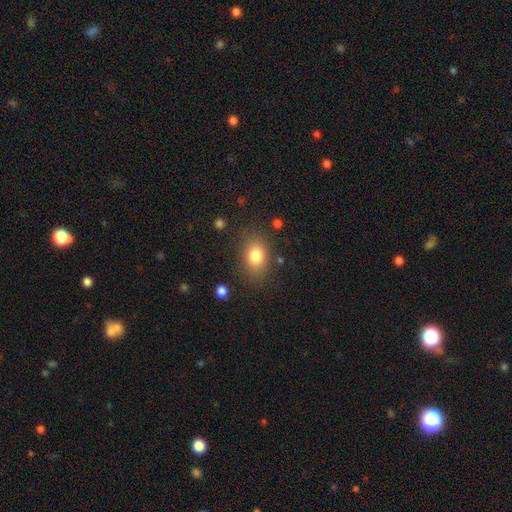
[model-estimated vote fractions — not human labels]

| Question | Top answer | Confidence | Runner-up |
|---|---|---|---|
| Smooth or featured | smooth | 81% | star or artifact (10%) |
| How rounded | in between | 71% | round (27%) |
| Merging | none | 79% | minor disturbance (13%) |